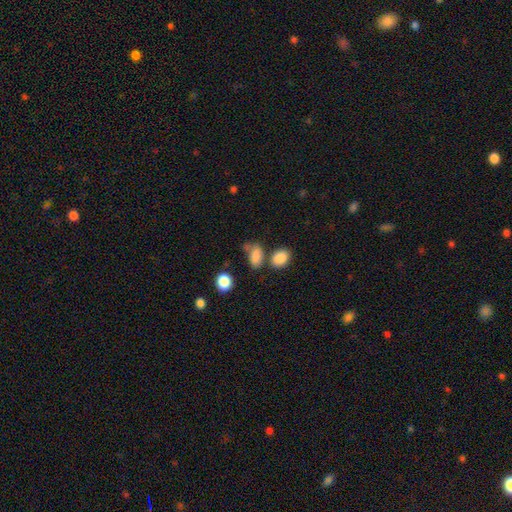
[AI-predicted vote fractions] smooth 83%, star or artifact 10%, featured or disk 7%. Down the decision tree: how rounded — in between (86%); merging — none (53%).